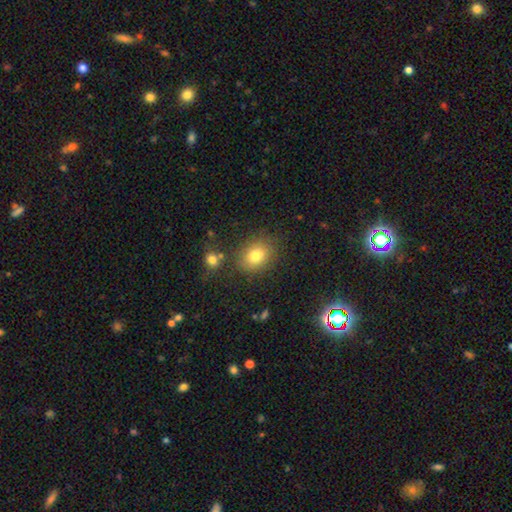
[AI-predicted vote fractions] smooth-or-featured: smooth: 78% | star or artifact: 12% | featured or disk: 10%
  how-rounded: round: 51% | in between: 48% | cigar-shaped: 1%
  merging: none: 80% | minor disturbance: 12% | merger: 5% | major disturbance: 4%